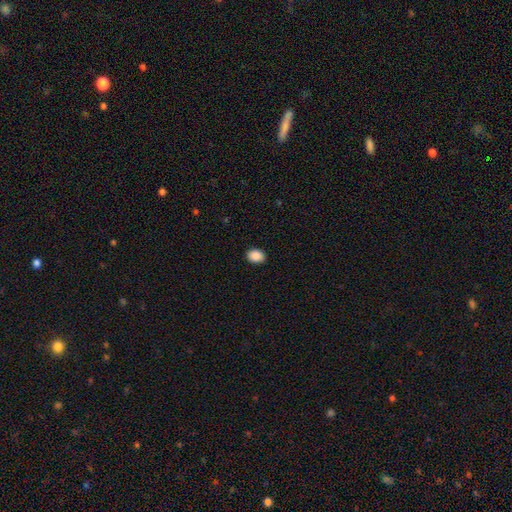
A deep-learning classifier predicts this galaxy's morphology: Smooth or featured? smooth (89%)
How rounded? in between (66%)
Merging? none (91%)